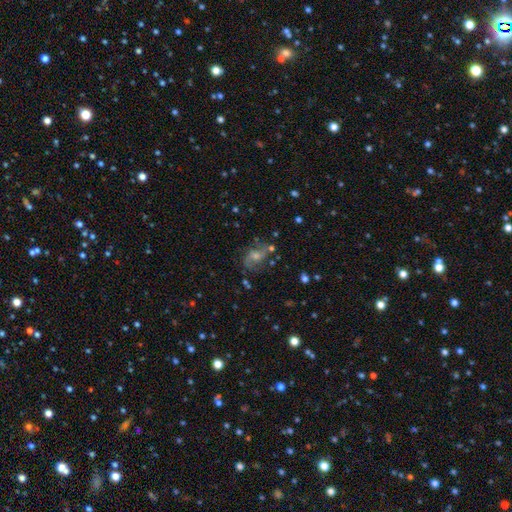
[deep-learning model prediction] A featured or disk galaxy (64%) with no bar (63%), 2 (80%) loose (49%) spiral arms (86%) and a moderate central bulge (51%). Merging: none (60%).